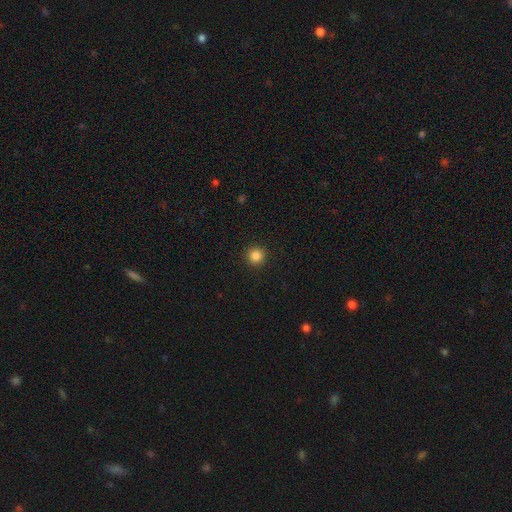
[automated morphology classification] smooth_or_featured: smooth (p=0.85) [alt: star or artifact p=0.12]
how_rounded: round (p=0.96) [alt: in between p=0.04]
merging: none (p=0.93) [alt: minor disturbance p=0.05]